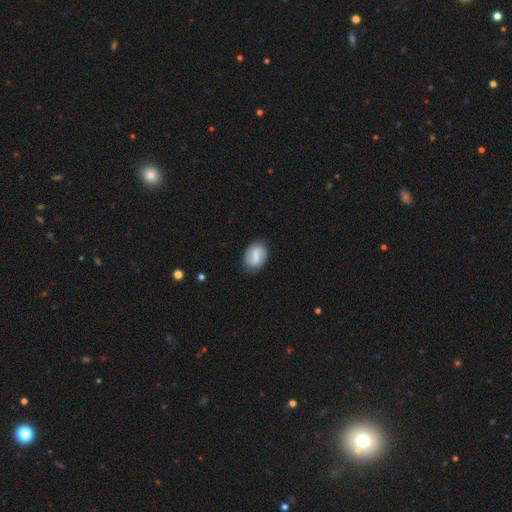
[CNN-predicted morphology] smooth 50%, featured or disk 43%, star or artifact 7%. Down the decision tree: merging — none (80%).